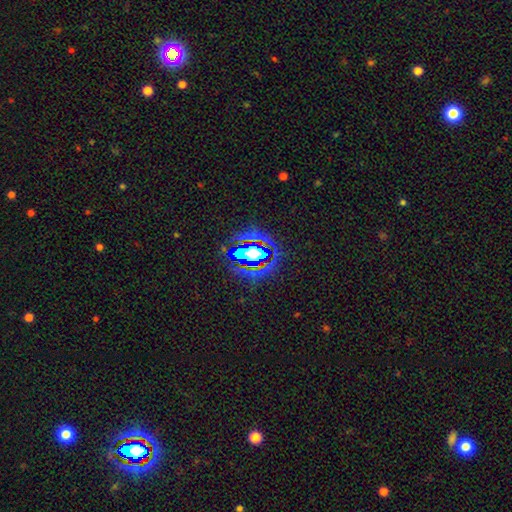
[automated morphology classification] Smooth or featured: star or artifact — 63% (smooth — 22%)